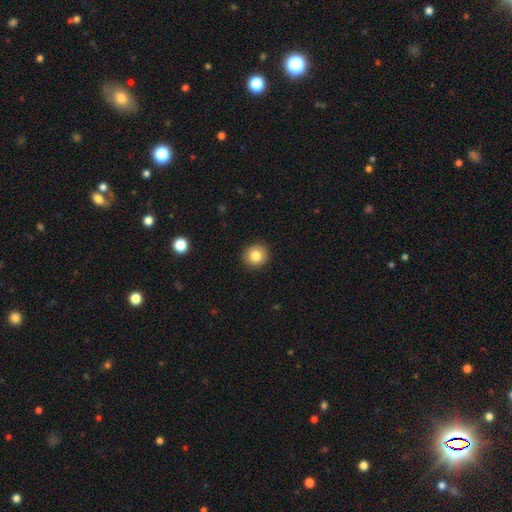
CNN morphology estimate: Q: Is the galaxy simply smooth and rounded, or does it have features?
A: smooth — 82%.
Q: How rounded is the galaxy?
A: round — 90%.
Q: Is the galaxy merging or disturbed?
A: none — 92%.